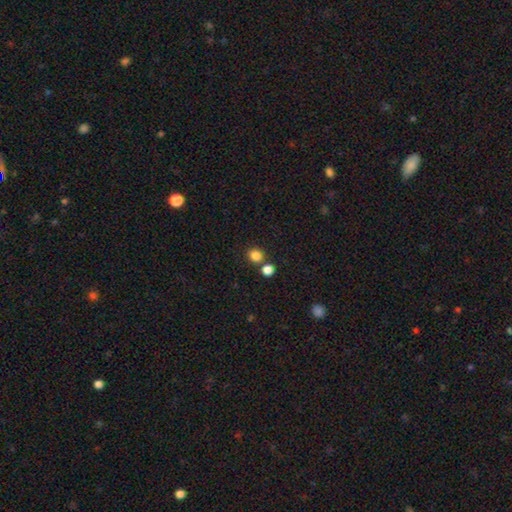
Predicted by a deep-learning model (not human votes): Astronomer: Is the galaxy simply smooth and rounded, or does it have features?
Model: smooth — 84%.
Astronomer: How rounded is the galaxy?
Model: round — 81%.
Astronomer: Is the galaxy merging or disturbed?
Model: none — 72%.